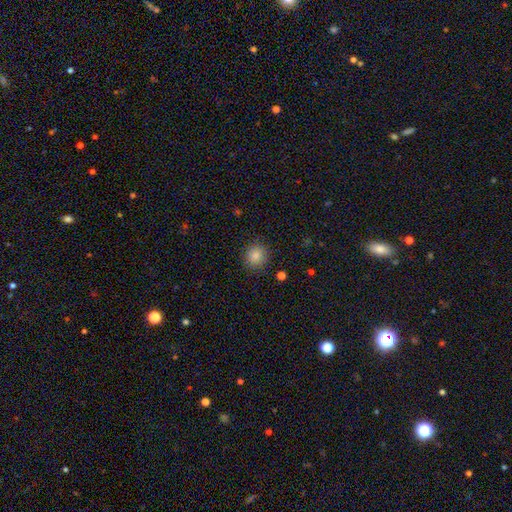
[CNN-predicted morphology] This is clearly a smooth galaxy (86%). How rounded: clearly round (85%). Merging: clearly none (88%).